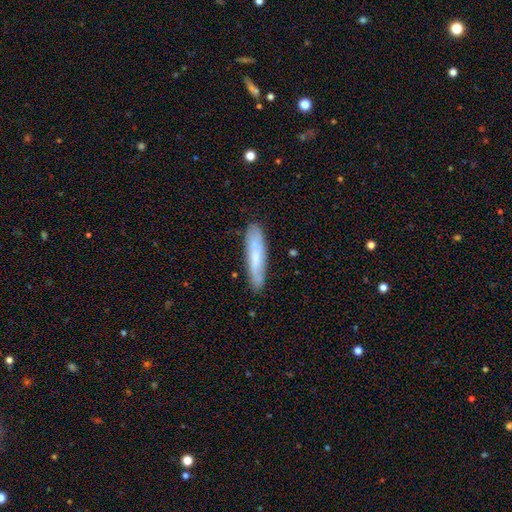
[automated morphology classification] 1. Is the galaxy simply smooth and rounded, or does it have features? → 61% smooth, 32% featured or disk, 7% star or artifact.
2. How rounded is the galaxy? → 83% cigar-shaped, 16% in between, 1% round.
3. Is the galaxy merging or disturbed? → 82% none, 14% minor disturbance, 3% major disturbance, 2% merger.